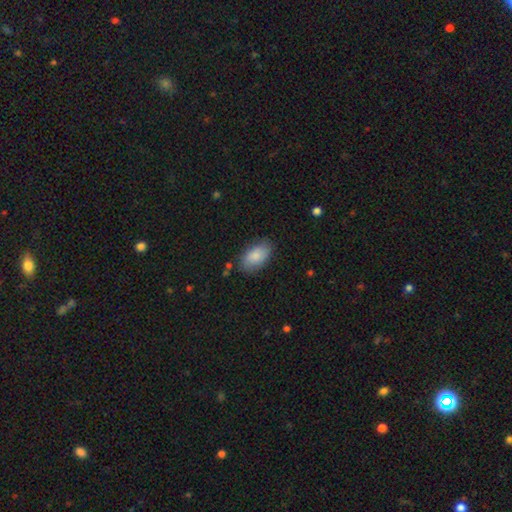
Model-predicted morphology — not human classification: Smooth or featured? smooth (84%)
How rounded? in between (94%)
Merging? none (79%)